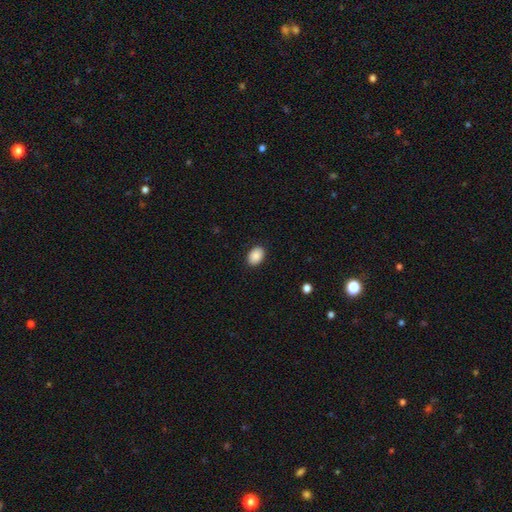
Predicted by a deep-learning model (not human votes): smooth 90%, star or artifact 7%, featured or disk 3%. Down the decision tree: how rounded — in between (79%); merging — none (89%).